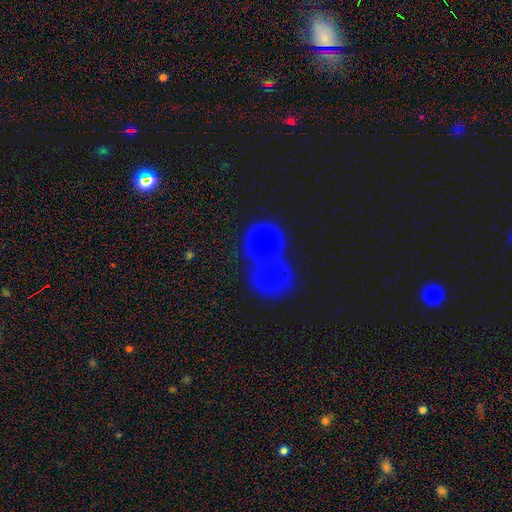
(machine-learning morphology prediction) smooth 72%, star or artifact 20%, featured or disk 8%. Down the decision tree: how rounded — round (82%); merging — none (50%).